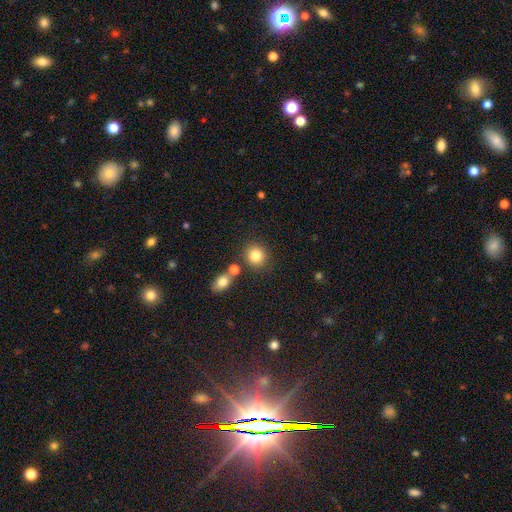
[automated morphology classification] A smooth galaxy with no disk features (83%) that is round (85%).

Vote fractions:
- Smooth or featured? smooth: 83% / star or artifact: 10% / featured or disk: 7%
- How rounded? round: 85% / in between: 14% / cigar-shaped: 1%
- Merging? none: 76% / merger: 11% / minor disturbance: 9% / major disturbance: 3%